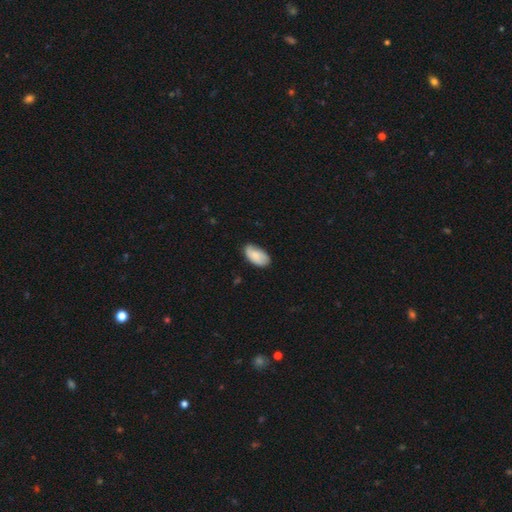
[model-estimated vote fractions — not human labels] The model was most divided on "merging": none: 68%, minor disturbance: 26%, major disturbance: 5%, merger: 1%. More confident: how rounded — in between (95%); smooth or featured — smooth (77%).